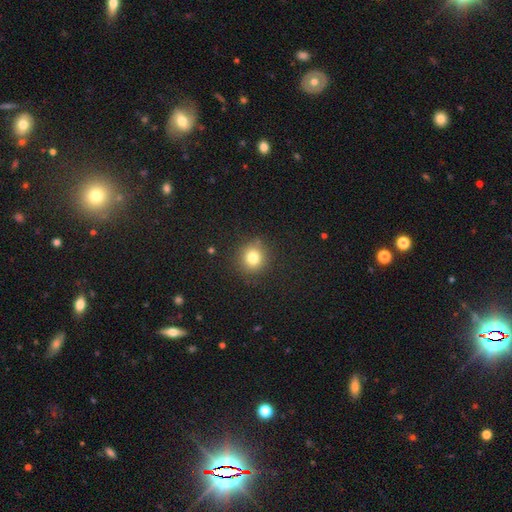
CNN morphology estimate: This appears to be a smooth galaxy with no disk features (78%) that is round (90%). Merging: none (90%).